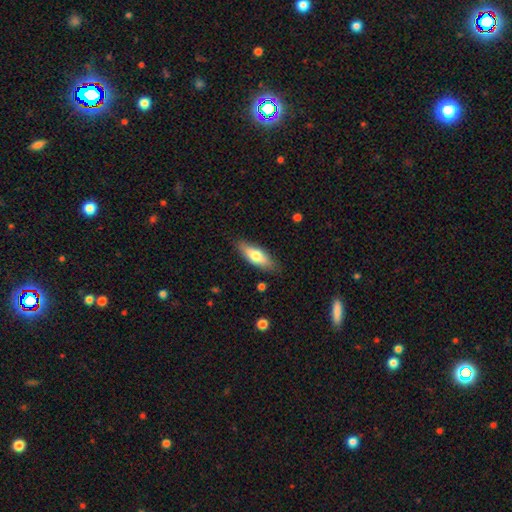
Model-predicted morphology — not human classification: Overall: smooth (70%). How rounded: in between (63%; cigar-shaped 34%). Merging: none (84%).